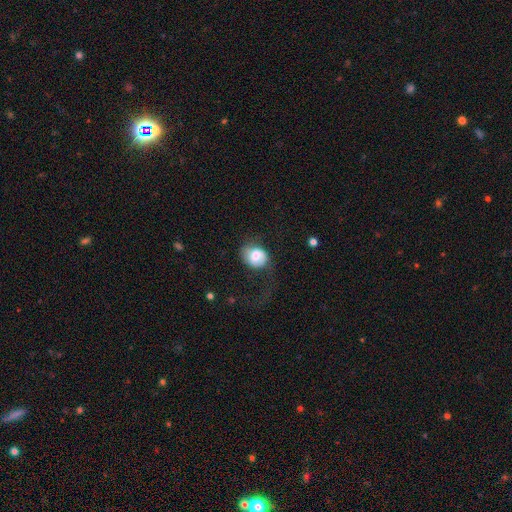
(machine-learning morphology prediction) Overall: smooth (67%). How rounded: round (60%; in between 39%). Merging: none (43%; major disturbance 31%).